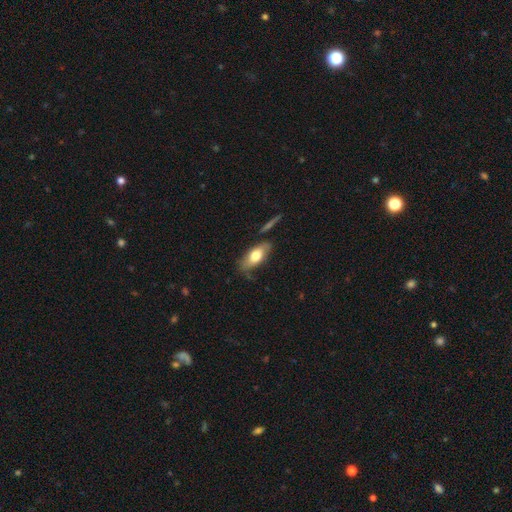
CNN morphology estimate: This appears to be a smooth galaxy with no disk features (67%) that is in between round and cigar-shaped (82%). Merging: none (67%).